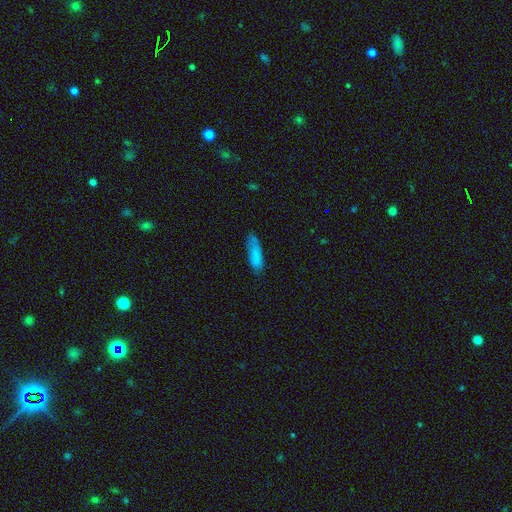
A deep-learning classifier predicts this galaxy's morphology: Q: Smooth or featured?
A: smooth (83%); runner-up: featured or disk (9%)
Q: How rounded?
A: cigar-shaped (52%); runner-up: in between (46%)
Q: Merging?
A: none (69%); runner-up: minor disturbance (23%)